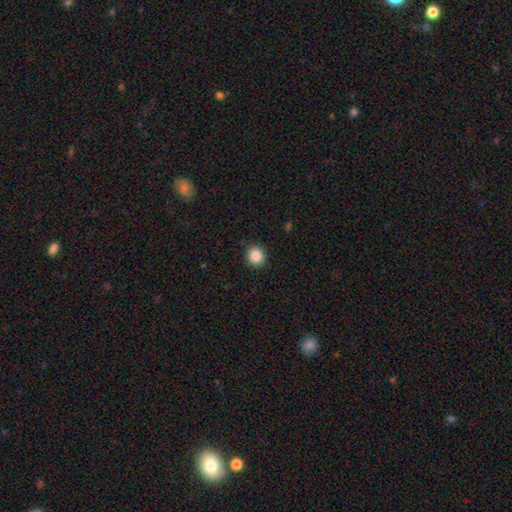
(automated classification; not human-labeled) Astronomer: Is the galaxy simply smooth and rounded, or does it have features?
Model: smooth — 88%.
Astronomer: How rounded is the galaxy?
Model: round — 89%.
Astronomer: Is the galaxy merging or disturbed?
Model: none — 91%.